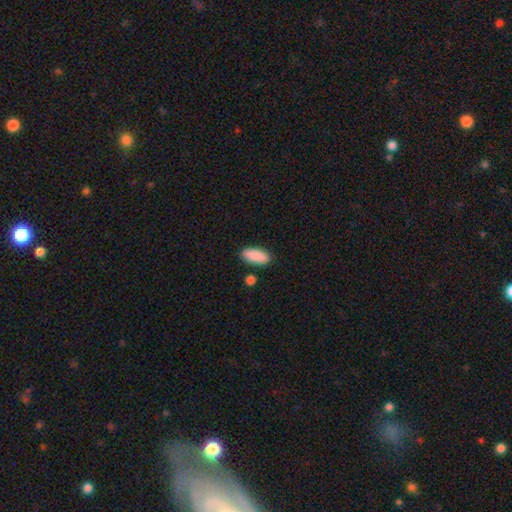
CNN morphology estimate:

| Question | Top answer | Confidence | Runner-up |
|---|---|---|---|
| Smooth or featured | smooth | 89% | star or artifact (6%) |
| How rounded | in between | 80% | cigar-shaped (18%) |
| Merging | none | 84% | minor disturbance (10%) |